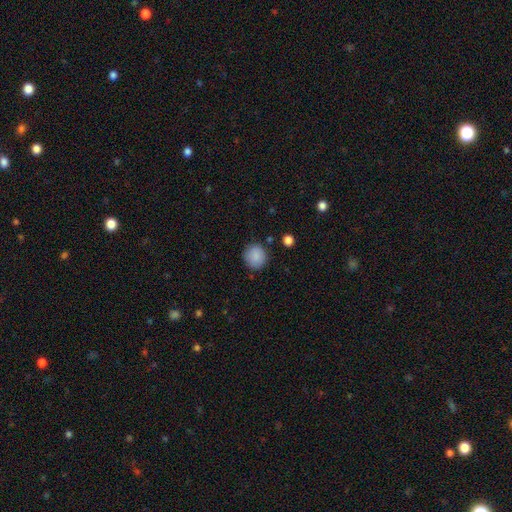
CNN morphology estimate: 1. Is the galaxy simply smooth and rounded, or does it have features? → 88% smooth, 8% star or artifact, 4% featured or disk.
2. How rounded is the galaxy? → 89% round, 10% in between, 1% cigar-shaped.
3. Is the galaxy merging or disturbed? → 86% none, 10% minor disturbance, 3% major disturbance, 2% merger.